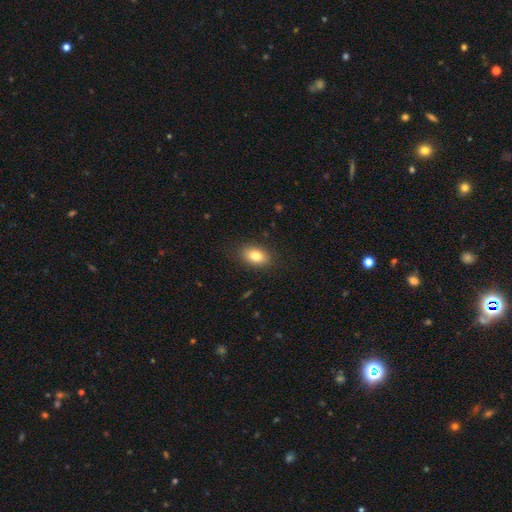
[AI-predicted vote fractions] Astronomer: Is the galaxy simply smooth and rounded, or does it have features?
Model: smooth — 82%.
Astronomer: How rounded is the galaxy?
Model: in between — 84%.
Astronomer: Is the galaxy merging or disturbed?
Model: none — 86%.